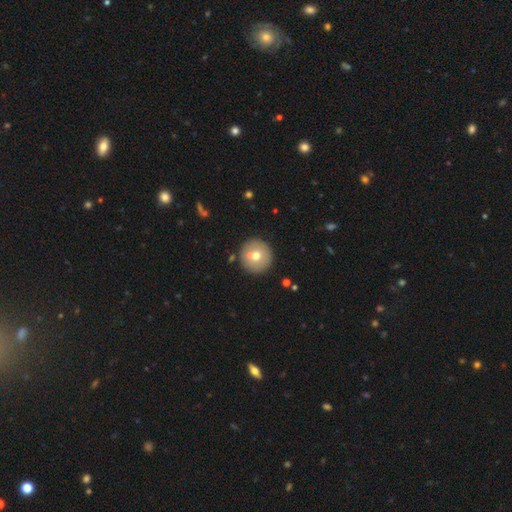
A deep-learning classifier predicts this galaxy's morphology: Smooth or featured: smooth — 66% (featured or disk — 25%)
How rounded: round — 96% (in between — 3%)
Merging: none — 79% (merger — 11%)